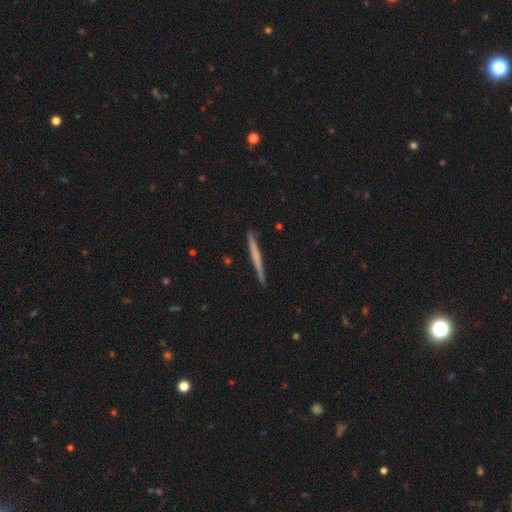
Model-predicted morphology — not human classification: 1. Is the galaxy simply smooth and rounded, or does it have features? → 50% featured or disk, 45% smooth, 5% star or artifact.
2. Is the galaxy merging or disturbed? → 91% none, 6% minor disturbance, 1% major disturbance, 1% merger.